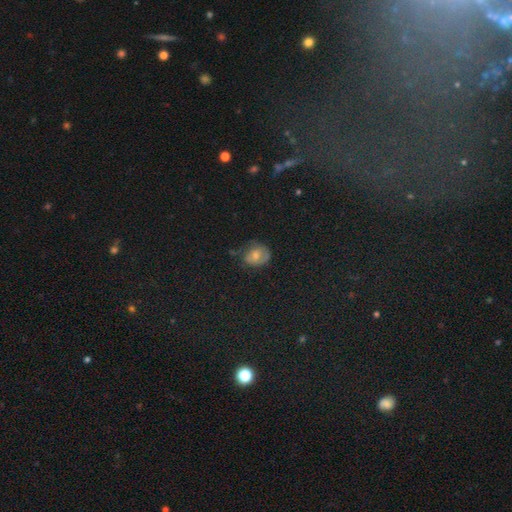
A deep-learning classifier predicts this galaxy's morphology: type=smooth (63%); roundness=round (55%); merging=none (56%).